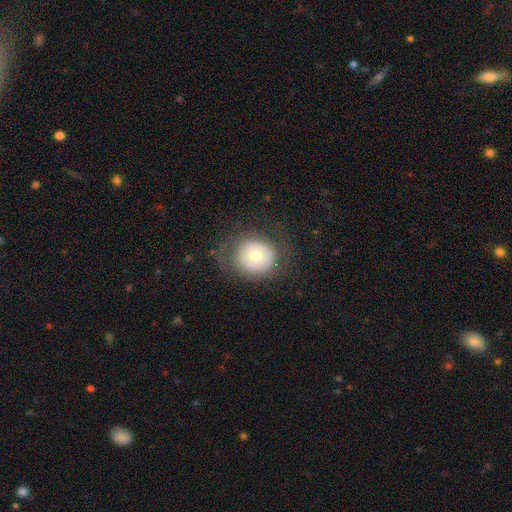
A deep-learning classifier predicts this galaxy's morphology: This appears to be a smooth galaxy with no disk features (59%) that is round (81%). Merging: none (69%).